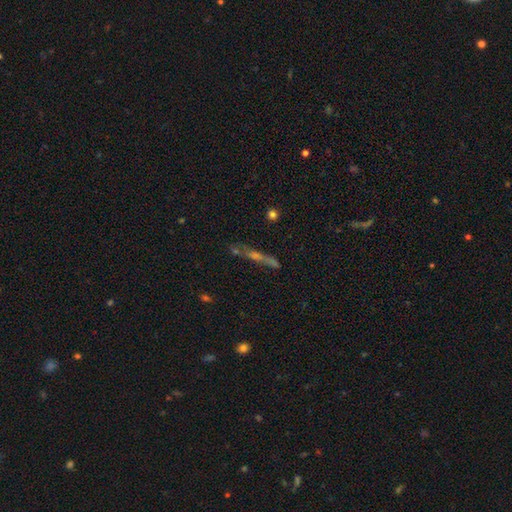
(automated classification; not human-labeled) Q: Smooth or featured?
A: featured or disk (51%); runner-up: smooth (29%)
Q: Edge-on disk?
A: yes (83%); runner-up: no (17%)
Q: Merging?
A: none (68%); runner-up: minor disturbance (15%)